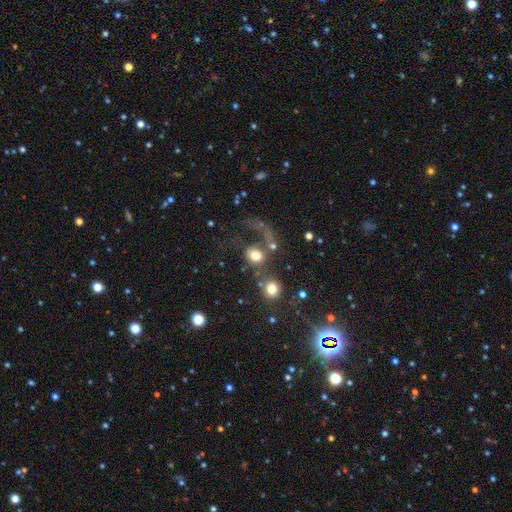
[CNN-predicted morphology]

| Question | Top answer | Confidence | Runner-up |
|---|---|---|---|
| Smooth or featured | smooth | 68% | featured or disk (20%) |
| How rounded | round | 67% | in between (32%) |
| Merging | major disturbance | 35% | merger (29%) |